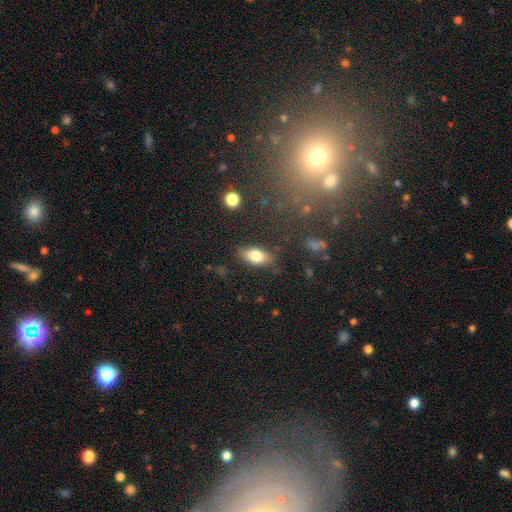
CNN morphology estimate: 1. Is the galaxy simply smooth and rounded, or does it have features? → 75% smooth, 17% featured or disk, 7% star or artifact.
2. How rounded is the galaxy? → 83% in between, 13% cigar-shaped, 4% round.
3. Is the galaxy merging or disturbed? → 81% none, 14% minor disturbance, 3% major disturbance, 2% merger.